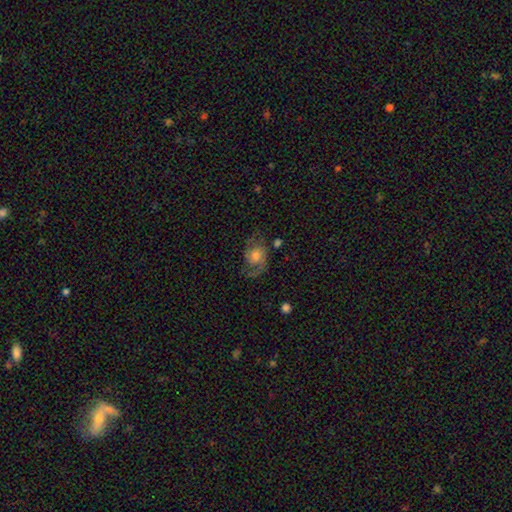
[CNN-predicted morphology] Q: Smooth or featured?
A: featured or disk (72%); runner-up: smooth (20%)
Q: Edge-on disk?
A: no (97%); runner-up: yes (3%)
Q: Bar?
A: no (71%); runner-up: weak (25%)
Q: Spiral arms?
A: yes (92%); runner-up: no (8%)
Q: Spiral winding?
A: medium (47%); runner-up: loose (33%)
Q: Spiral arm count?
A: 2 (76%); runner-up: 1 (13%)
Q: Bulge size?
A: moderate (53%); runner-up: small (29%)
Q: Merging?
A: none (64%); runner-up: minor disturbance (19%)